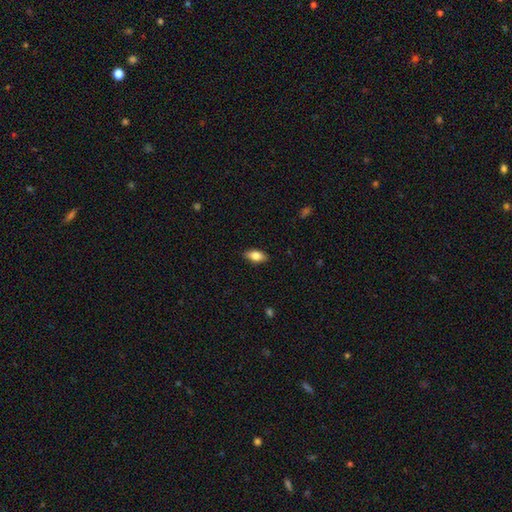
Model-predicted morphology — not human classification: Q: Smooth or featured?
A: smooth (79%); runner-up: featured or disk (14%)
Q: How rounded?
A: in between (88%); runner-up: cigar-shaped (9%)
Q: Merging?
A: none (88%); runner-up: minor disturbance (9%)